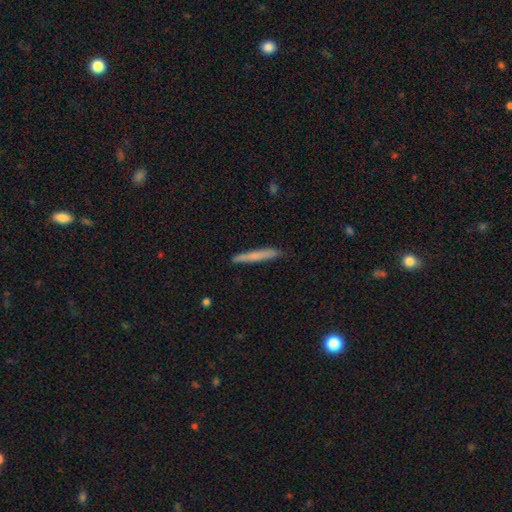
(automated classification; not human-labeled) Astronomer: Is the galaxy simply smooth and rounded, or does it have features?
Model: smooth — 66%.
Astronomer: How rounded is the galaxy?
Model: cigar-shaped — 96%.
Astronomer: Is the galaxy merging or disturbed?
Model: none — 88%.